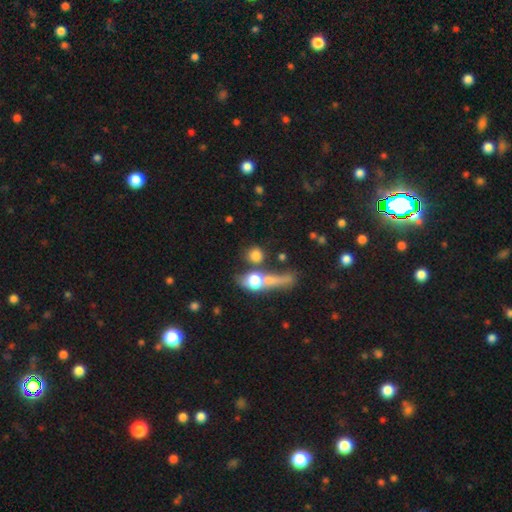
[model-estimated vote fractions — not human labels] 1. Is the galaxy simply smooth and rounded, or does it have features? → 71% smooth, 15% featured or disk, 14% star or artifact.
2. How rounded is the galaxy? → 79% round, 15% in between, 7% cigar-shaped.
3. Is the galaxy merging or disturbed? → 49% none, 31% merger, 10% minor disturbance, 10% major disturbance.